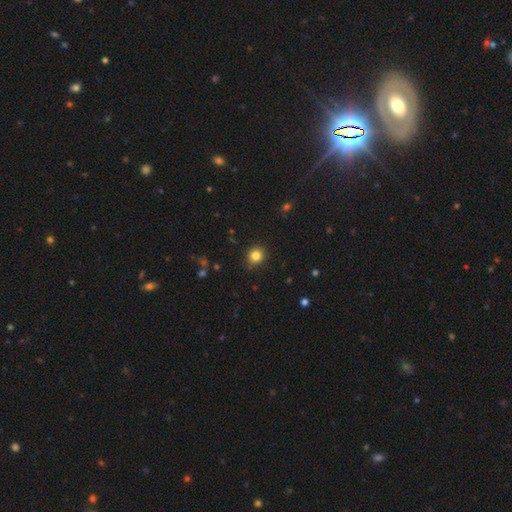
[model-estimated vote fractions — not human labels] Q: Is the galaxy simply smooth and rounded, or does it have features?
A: smooth — 83%.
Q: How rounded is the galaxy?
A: round — 86%.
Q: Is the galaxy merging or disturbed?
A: none — 89%.